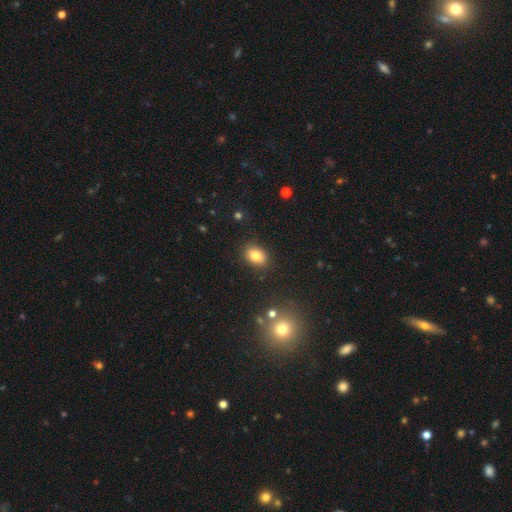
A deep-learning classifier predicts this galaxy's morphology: Q: Smooth or featured?
A: smooth (82%); runner-up: star or artifact (10%)
Q: How rounded?
A: in between (74%); runner-up: round (25%)
Q: Merging?
A: none (86%); runner-up: minor disturbance (9%)